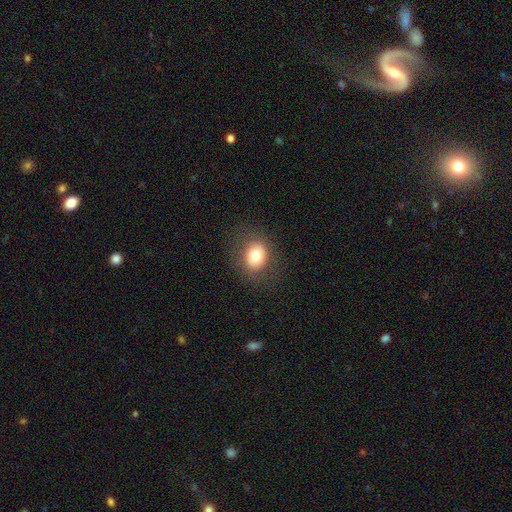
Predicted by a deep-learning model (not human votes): Morphology: type=smooth (76%); roundness=round (58%); merging=none (81%).